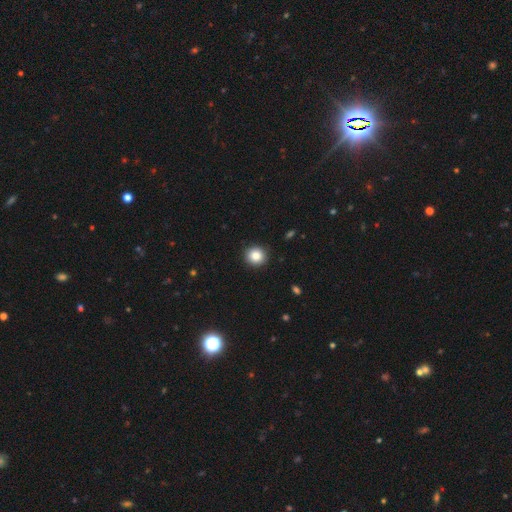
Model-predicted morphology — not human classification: smooth 85%, star or artifact 10%, featured or disk 5%. Down the decision tree: how rounded — round (91%); merging — none (92%).